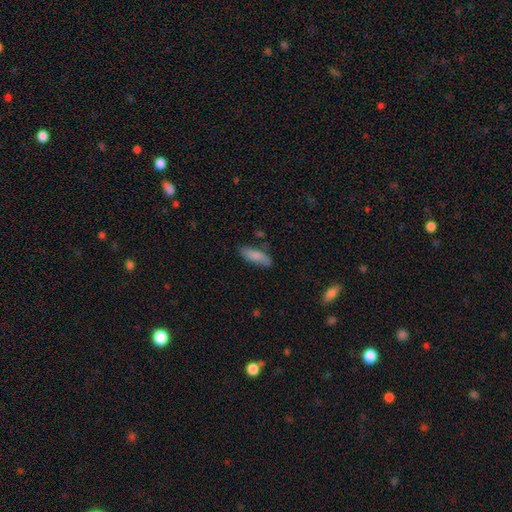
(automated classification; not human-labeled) A smooth galaxy with no disk features (80%) that is in between round and cigar-shaped (60%).

Vote fractions:
- Smooth or featured? smooth: 80% / featured or disk: 14% / star or artifact: 6%
- How rounded? in between: 60% / cigar-shaped: 38% / round: 2%
- Merging? none: 71% / minor disturbance: 21% / major disturbance: 4% / merger: 4%